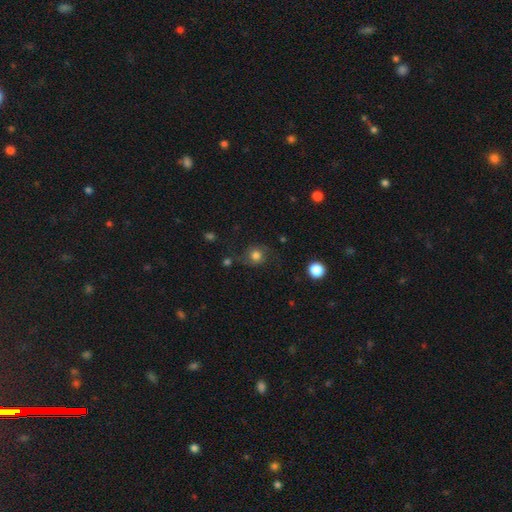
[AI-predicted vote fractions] A smooth galaxy with no disk features (68%) that is round (86%). Merging: none (70%).